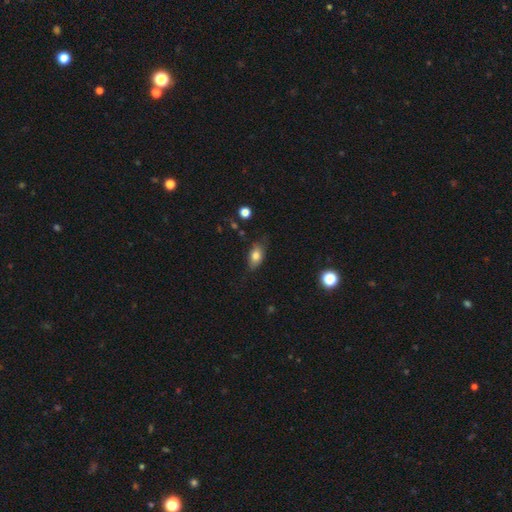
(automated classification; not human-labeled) smooth-or-featured: smooth: 78% | featured or disk: 13% | star or artifact: 9%
  how-rounded: in between: 85% | round: 10% | cigar-shaped: 5%
  merging: none: 71% | minor disturbance: 23% | major disturbance: 5% | merger: 2%